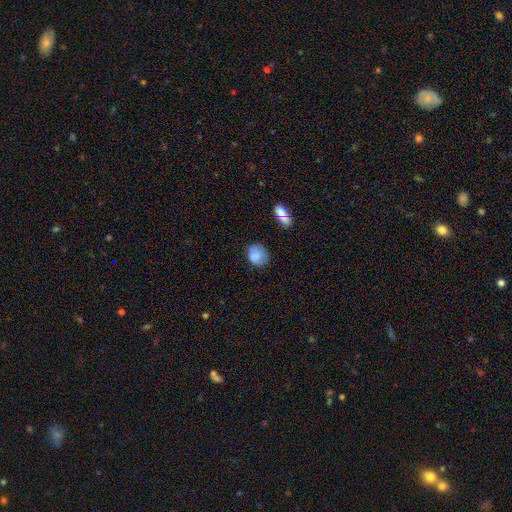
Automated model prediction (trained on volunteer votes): Overall: smooth (77%). How rounded: round (66%; in between 33%). Merging: none (65%).